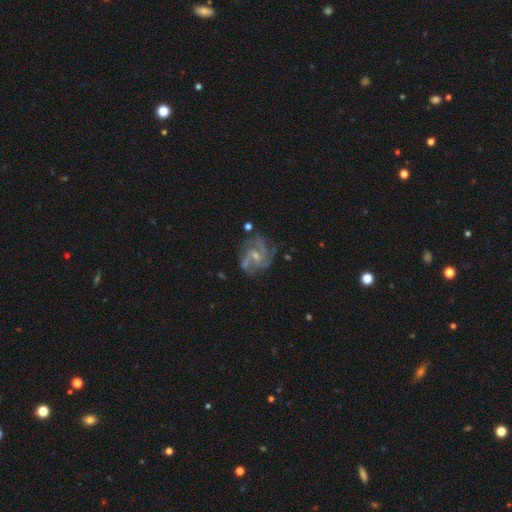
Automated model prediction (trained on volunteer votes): A featured or disk galaxy (84%) with a weak bar (44%, tied with no), 3 (33%) medium (50%) spiral arms (96%) and a small central bulge (63%). Merging: none (71%).